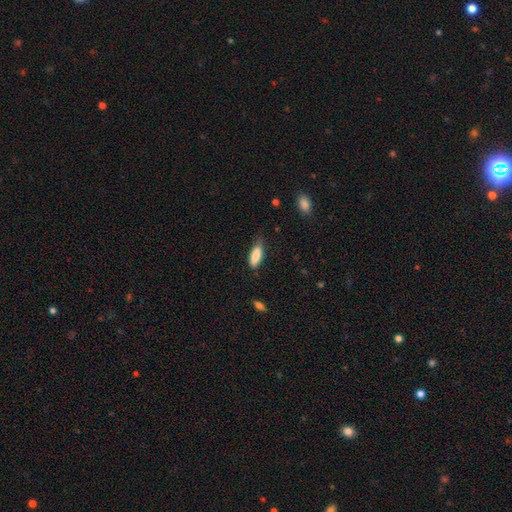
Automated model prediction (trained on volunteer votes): smooth_or_featured: smooth (p=0.85) [alt: featured or disk p=0.09]
how_rounded: in between (p=0.64) [alt: cigar-shaped p=0.34]
merging: none (p=0.67) [alt: minor disturbance p=0.26]